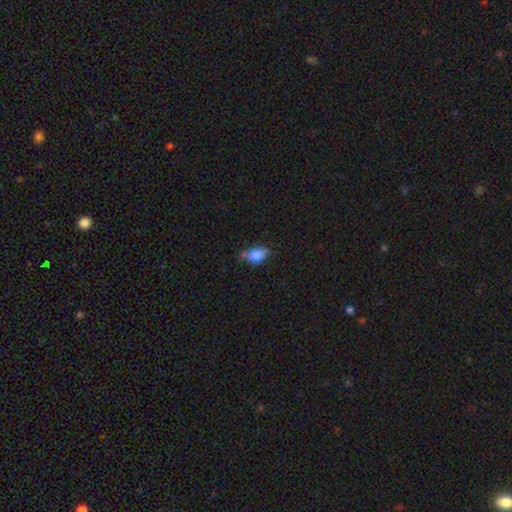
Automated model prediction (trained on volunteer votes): Morphology: type=smooth (77%); roundness=in between (86%); merging=none (55%).